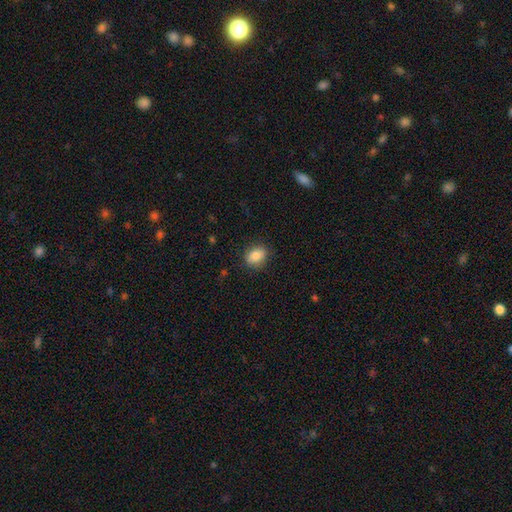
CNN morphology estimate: Smooth or featured: smooth — 85% (star or artifact — 9%)
How rounded: in between — 60% (round — 39%)
Merging: none — 84% (minor disturbance — 12%)